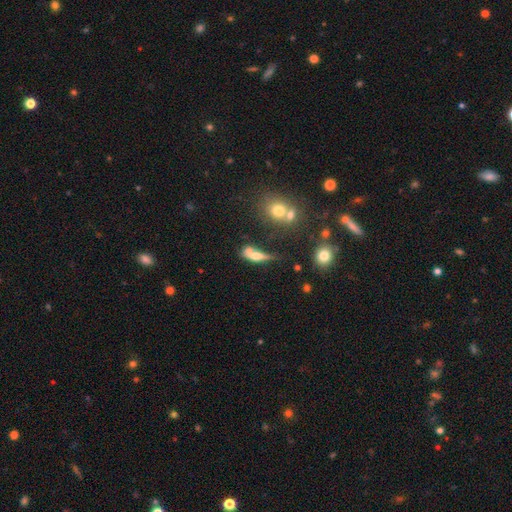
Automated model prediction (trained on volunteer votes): The model was most divided on "smooth or featured": smooth: 48%, featured or disk: 40%, star or artifact: 11%. Remaining: merging — merger (39%).